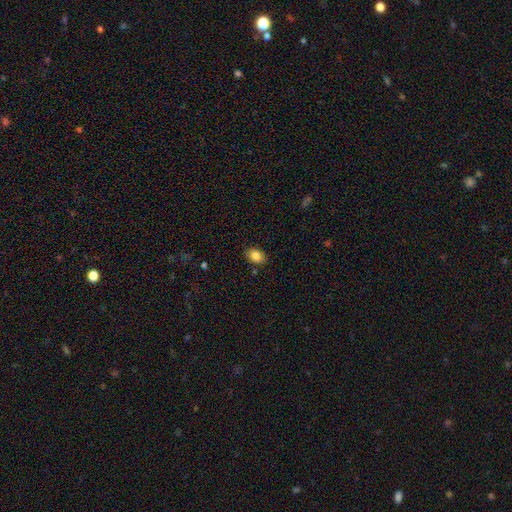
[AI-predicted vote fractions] Smooth or featured: smooth — 84% (star or artifact — 9%)
How rounded: in between — 74% (round — 25%)
Merging: none — 85% (minor disturbance — 11%)